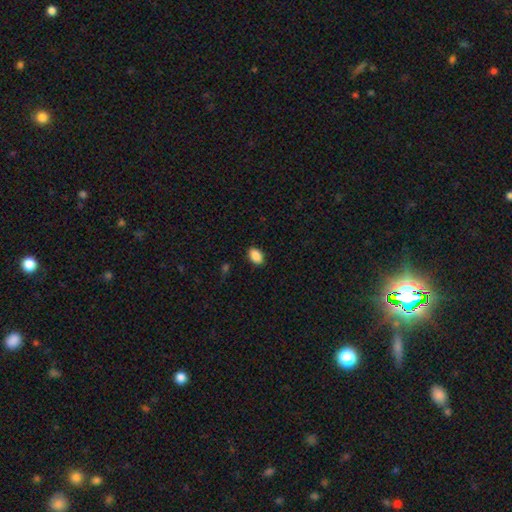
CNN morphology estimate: Smooth or featured? Predicted: smooth (p=0.89). How rounded? Predicted: in between (p=0.87). Merging? Predicted: none (p=0.88).